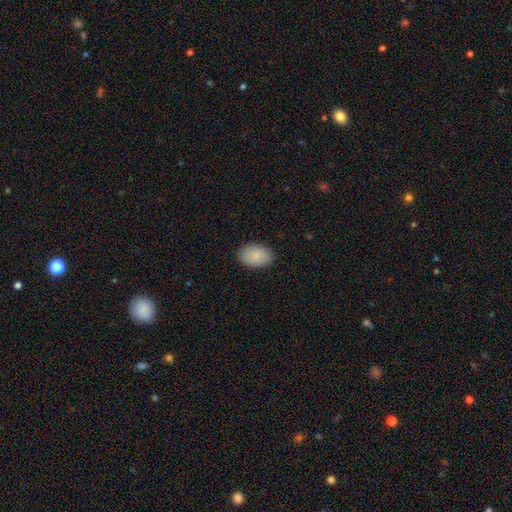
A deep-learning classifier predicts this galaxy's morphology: Smooth or featured?
  - smooth: 88% *
  - star or artifact: 6%
  - featured or disk: 6%
How rounded?
  - in between: 88% *
  - round: 11%
  - cigar-shaped: 1%
Merging?
  - none: 88% *
  - minor disturbance: 9%
  - major disturbance: 2%
  - merger: 1%